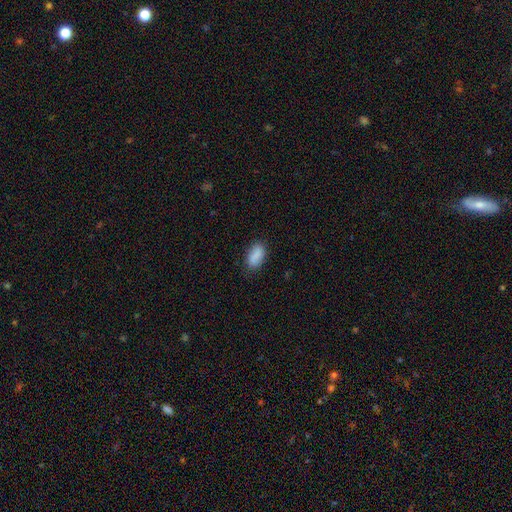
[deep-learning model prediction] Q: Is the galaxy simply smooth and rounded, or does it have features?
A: smooth — 87%.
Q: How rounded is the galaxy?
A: in between — 91%.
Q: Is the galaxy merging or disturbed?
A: none — 78%.